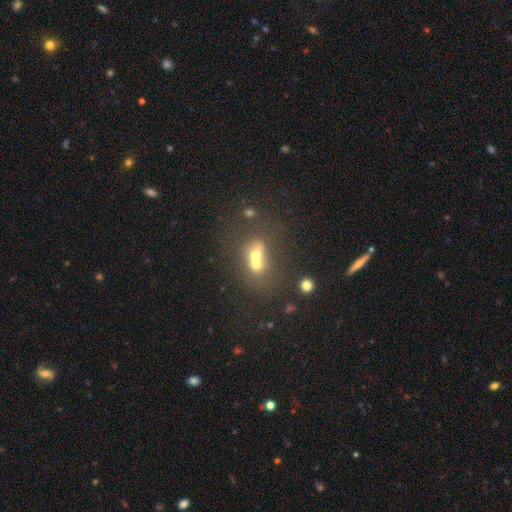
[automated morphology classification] smooth-or-featured: smooth: 58% | featured or disk: 26% | star or artifact: 15%
  how-rounded: round: 59% | in between: 40% | cigar-shaped: 1%
  merging: merger: 68% | none: 21% | minor disturbance: 6% | major disturbance: 5%